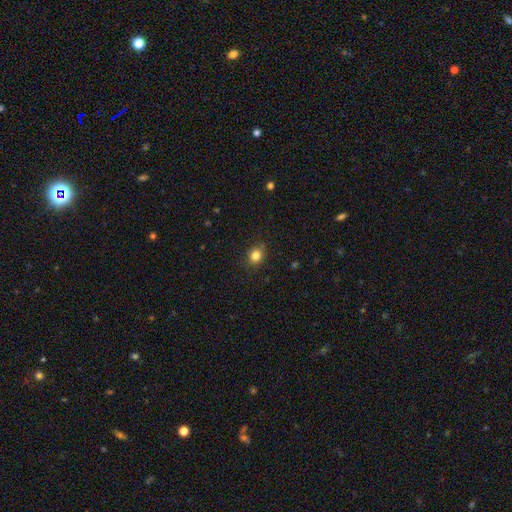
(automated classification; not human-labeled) This is clearly a smooth galaxy (82%). How rounded: likely round (70%). Merging: clearly none (84%).